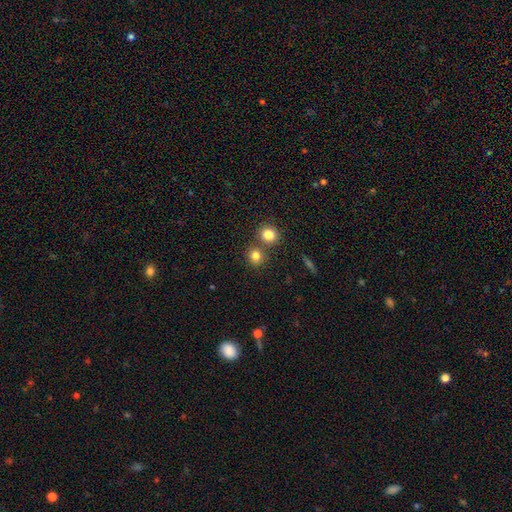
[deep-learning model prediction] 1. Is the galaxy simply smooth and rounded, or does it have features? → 81% smooth, 12% star or artifact, 7% featured or disk.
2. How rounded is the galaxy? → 84% round, 15% in between, 1% cigar-shaped.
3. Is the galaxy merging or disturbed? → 65% none, 26% merger, 7% minor disturbance, 3% major disturbance.